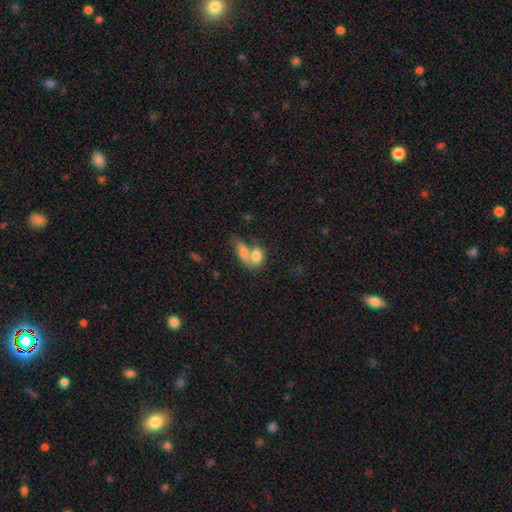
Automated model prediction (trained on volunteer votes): Smooth or featured: smooth — 78% (featured or disk — 15%)
How rounded: in between — 73% (round — 23%)
Merging: merger — 71% (none — 18%)